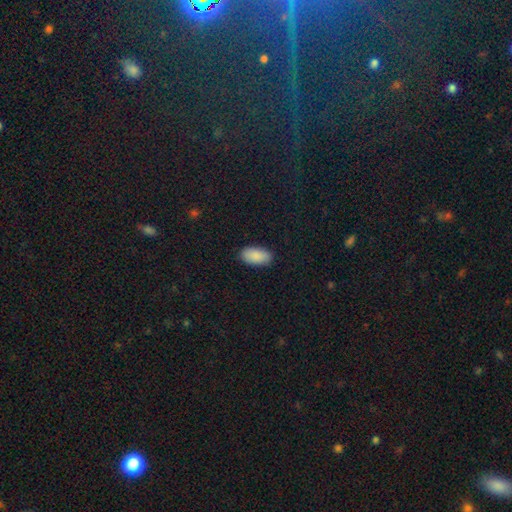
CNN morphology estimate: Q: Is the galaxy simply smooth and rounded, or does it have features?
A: smooth — 90%.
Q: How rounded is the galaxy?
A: in between — 95%.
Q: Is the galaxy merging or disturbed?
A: none — 88%.